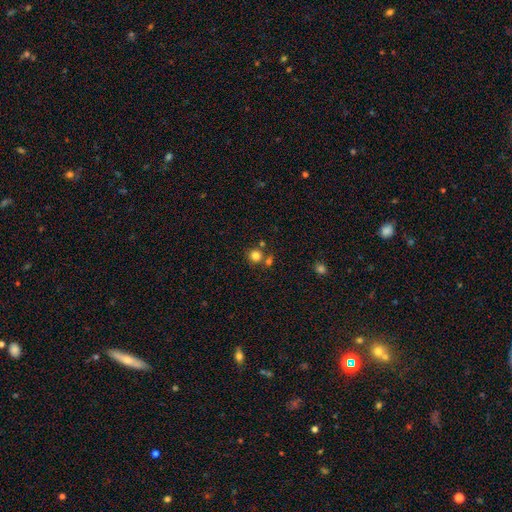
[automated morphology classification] smooth_or_featured: smooth (p=0.81) [alt: star or artifact p=0.13]
how_rounded: round (p=0.92) [alt: in between p=0.07]
merging: none (p=0.68) [alt: merger p=0.21]